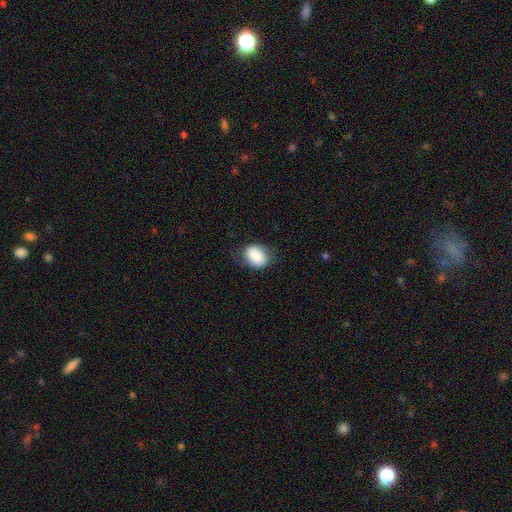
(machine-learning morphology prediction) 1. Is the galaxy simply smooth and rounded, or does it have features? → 79% smooth, 14% featured or disk, 7% star or artifact.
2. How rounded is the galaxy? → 67% in between, 32% round, 1% cigar-shaped.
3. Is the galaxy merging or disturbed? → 68% none, 23% minor disturbance, 8% major disturbance, 1% merger.